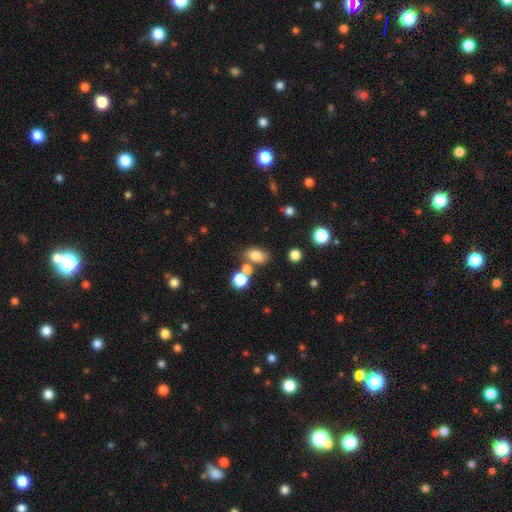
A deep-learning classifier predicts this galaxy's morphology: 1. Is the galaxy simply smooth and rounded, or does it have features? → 80% smooth, 12% star or artifact, 8% featured or disk.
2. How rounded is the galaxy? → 83% in between, 15% round, 2% cigar-shaped.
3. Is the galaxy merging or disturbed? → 66% none, 18% merger, 12% minor disturbance, 4% major disturbance.